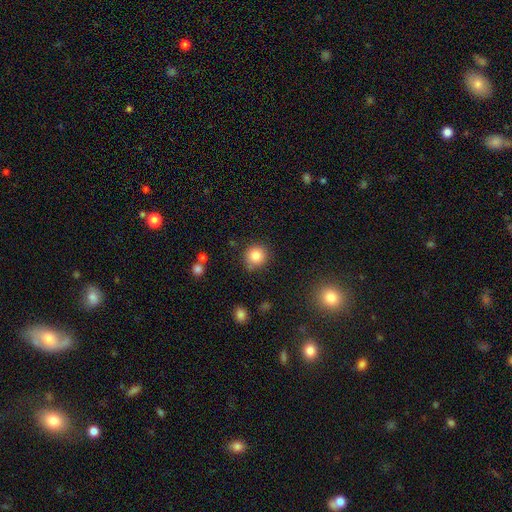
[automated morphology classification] A smooth galaxy with no disk features (85%) that is round (89%).

Vote fractions:
- Smooth or featured? smooth: 85% / star or artifact: 10% / featured or disk: 5%
- How rounded? round: 89% / in between: 10% / cigar-shaped: 1%
- Merging? none: 80% / minor disturbance: 12% / merger: 4% / major disturbance: 3%